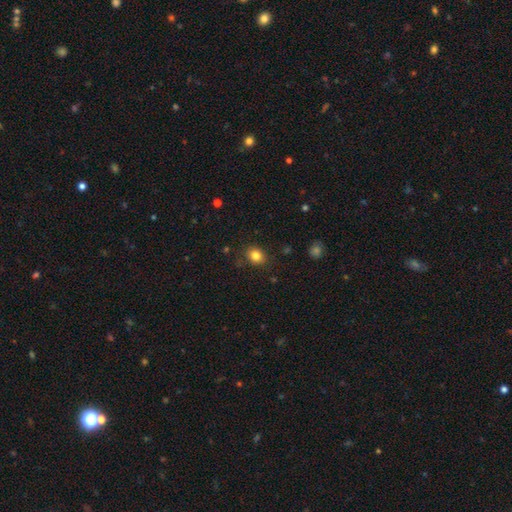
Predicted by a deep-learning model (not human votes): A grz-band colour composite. It shows a smooth galaxy with no disk features (82%) that is round (58%). Merging: none (84%).